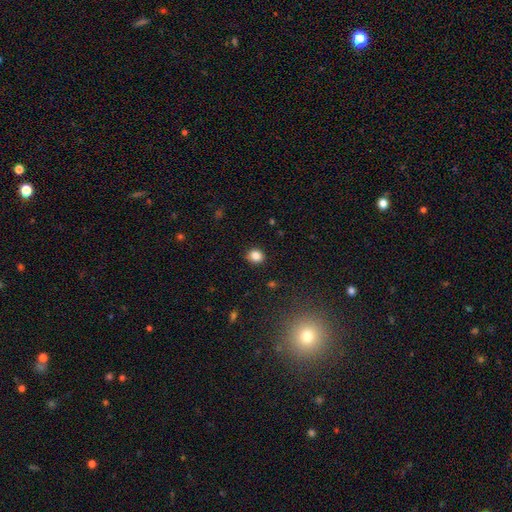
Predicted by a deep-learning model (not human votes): Q: Smooth or featured?
A: smooth (85%); runner-up: star or artifact (10%)
Q: How rounded?
A: round (65%); runner-up: in between (34%)
Q: Merging?
A: none (88%); runner-up: minor disturbance (9%)